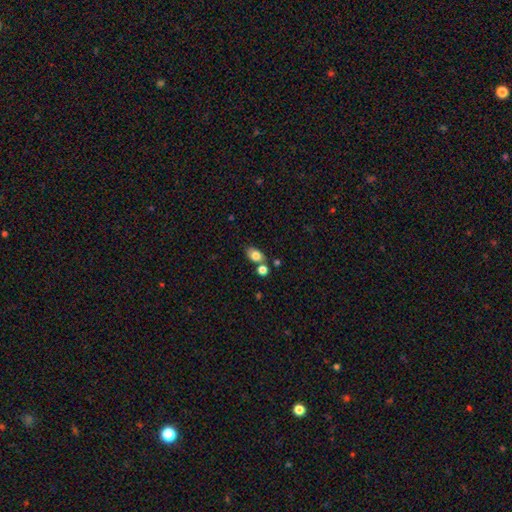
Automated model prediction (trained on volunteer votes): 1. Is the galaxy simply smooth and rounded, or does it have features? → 80% smooth, 11% featured or disk, 9% star or artifact.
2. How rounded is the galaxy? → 80% in between, 18% round, 2% cigar-shaped.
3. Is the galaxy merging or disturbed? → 61% none, 22% merger, 13% minor disturbance, 4% major disturbance.